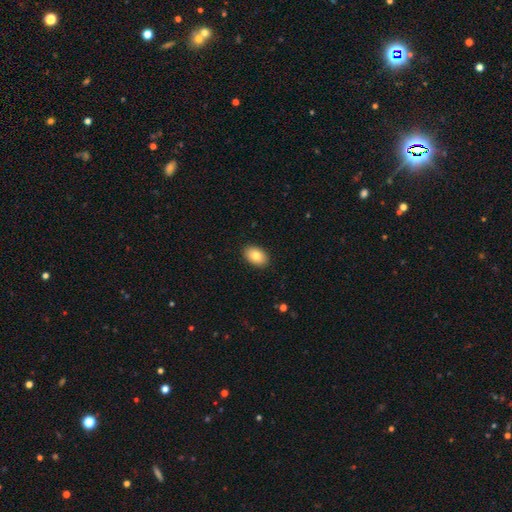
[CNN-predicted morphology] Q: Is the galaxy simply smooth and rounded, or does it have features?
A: smooth — 84%.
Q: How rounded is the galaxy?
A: in between — 89%.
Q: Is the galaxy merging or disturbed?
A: none — 90%.